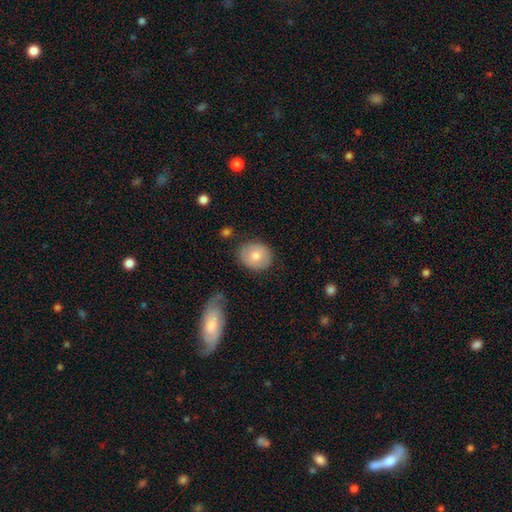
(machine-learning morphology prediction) This is likely a smooth galaxy (75%). How rounded: likely round (68%). Merging: likely none (80%).